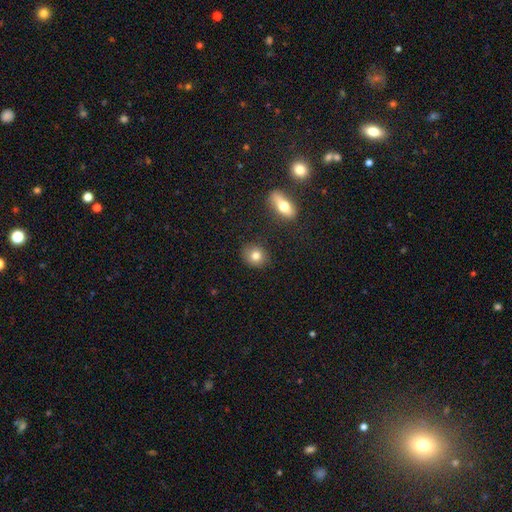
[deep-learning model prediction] Smooth or featured? smooth (80%)
How rounded? round (71%)
Merging? none (85%)